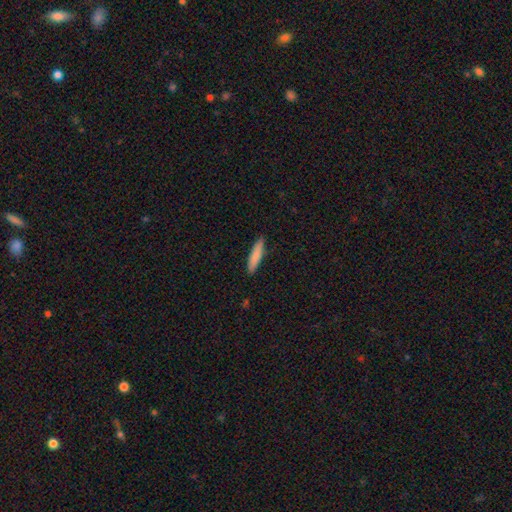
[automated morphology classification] Smooth or featured? Predicted: smooth (p=0.83). How rounded? Predicted: cigar-shaped (p=0.84). Merging? Predicted: none (p=0.88).